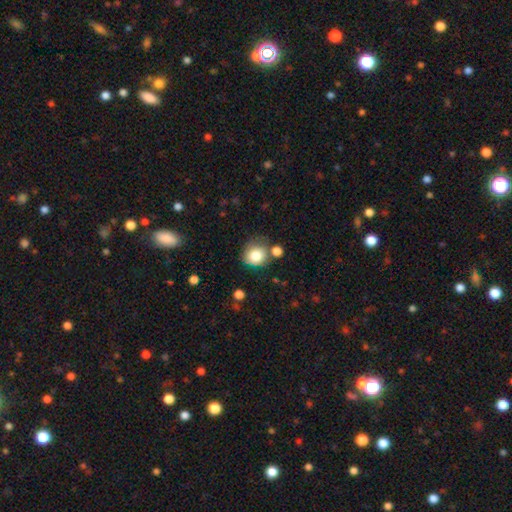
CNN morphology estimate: Q: Smooth or featured?
A: smooth (81%); runner-up: star or artifact (10%)
Q: How rounded?
A: round (82%); runner-up: in between (18%)
Q: Merging?
A: none (64%); runner-up: minor disturbance (19%)